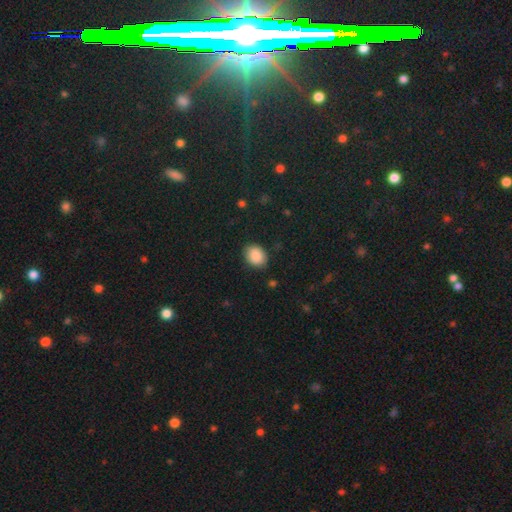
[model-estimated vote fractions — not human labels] smooth-or-featured: smooth: 89% | star or artifact: 7% | featured or disk: 3%
  how-rounded: in between: 60% | round: 39% | cigar-shaped: 1%
  merging: none: 85% | minor disturbance: 11% | major disturbance: 3% | merger: 1%